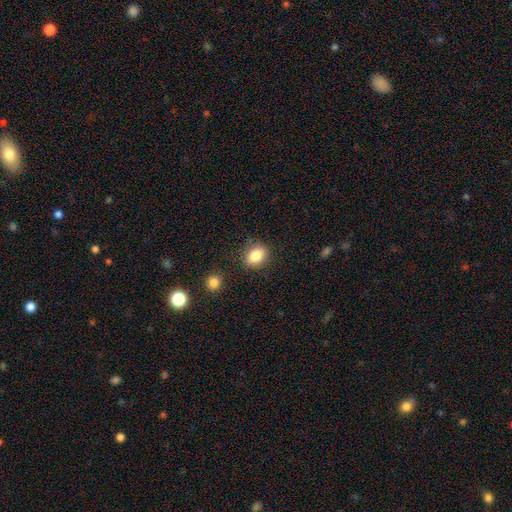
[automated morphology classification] Smooth or featured?
  - smooth: 85% *
  - star or artifact: 9%
  - featured or disk: 6%
How rounded?
  - in between: 61% *
  - round: 38%
  - cigar-shaped: 1%
Merging?
  - none: 82% *
  - minor disturbance: 12%
  - major disturbance: 3%
  - merger: 3%